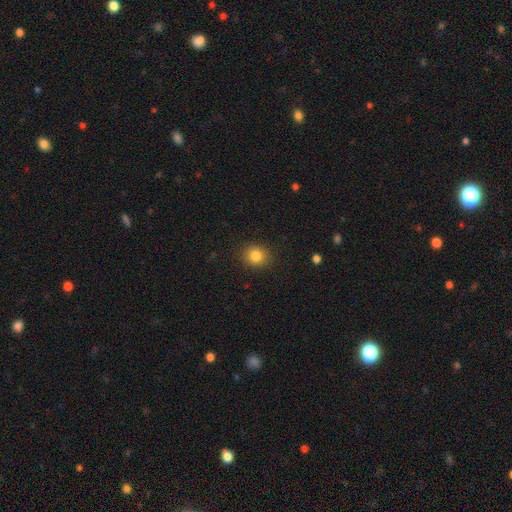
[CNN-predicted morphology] smooth 84%, star or artifact 11%, featured or disk 5%. Down the decision tree: how rounded — round (79%); merging — none (89%).